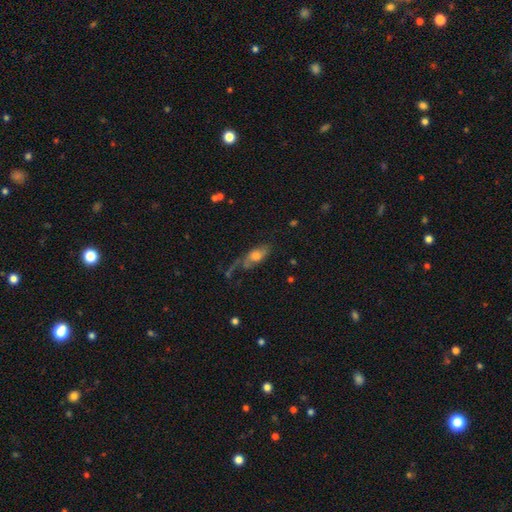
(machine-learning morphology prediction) Smooth or featured: smooth — 47% (featured or disk — 42%)
Merging: none — 40% (major disturbance — 29%)